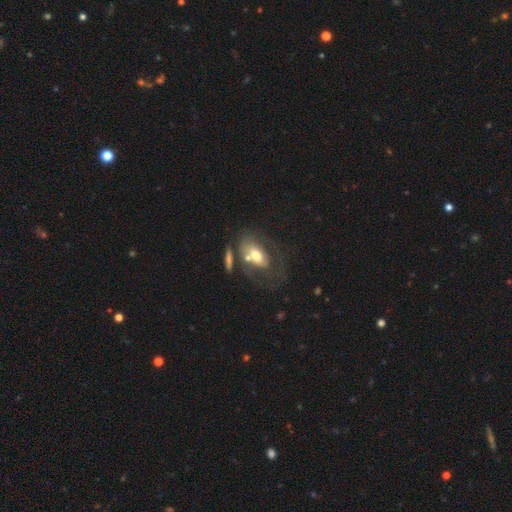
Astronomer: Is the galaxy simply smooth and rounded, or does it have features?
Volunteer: smooth — 51% (runner-up: featured or disk, 43%).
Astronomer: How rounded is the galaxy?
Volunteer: in between — 84%.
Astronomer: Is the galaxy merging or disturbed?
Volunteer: major disturbance — 40% (runner-up: merger, 29%).